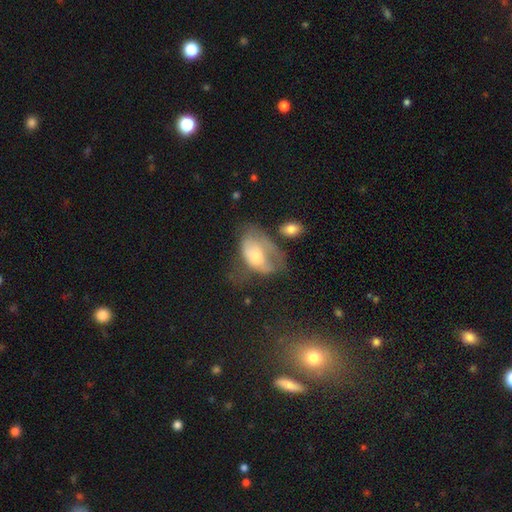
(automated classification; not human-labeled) Q: Smooth or featured?
A: smooth (46%); runner-up: featured or disk (45%)
Q: Merging?
A: major disturbance (41%); runner-up: minor disturbance (26%)